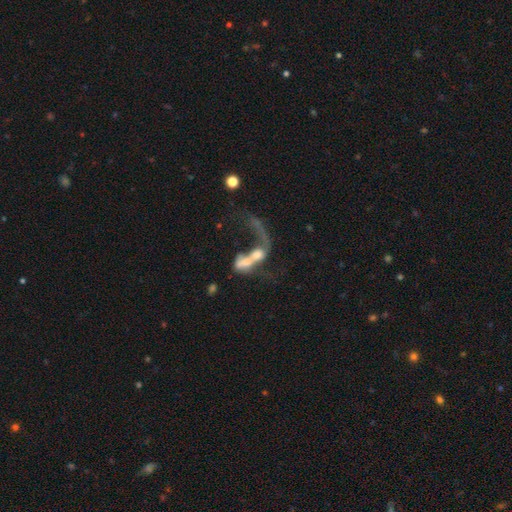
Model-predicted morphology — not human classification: The model was most divided on "spiral arms" (2-way tie): yes: 50%, no: 50%. Remaining: edge-on disk — no (92%); merging — merger (70%); bar — no (70%); smooth or featured — featured or disk (57%); bulge size — moderate (37%).